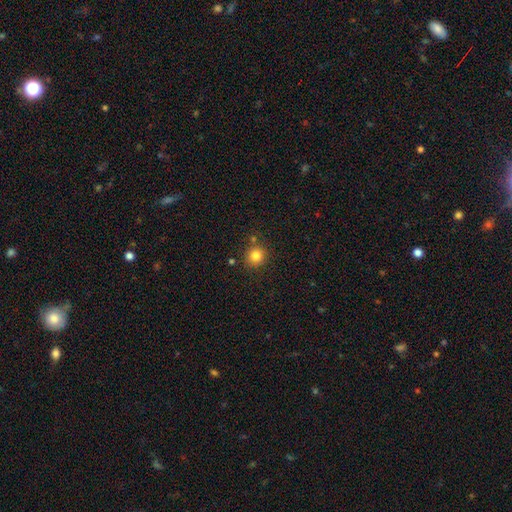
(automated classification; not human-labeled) This is clearly a smooth galaxy (83%). How rounded: clearly round (90%). Merging: clearly none (82%).